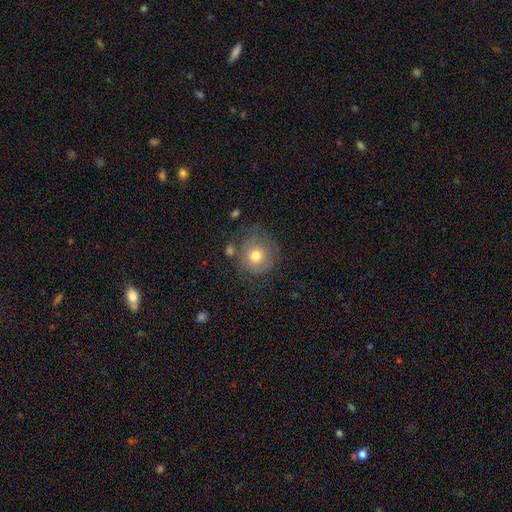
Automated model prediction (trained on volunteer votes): smooth 69%, featured or disk 22%, star or artifact 10%. Down the decision tree: how rounded — round (90%); merging — none (66%).